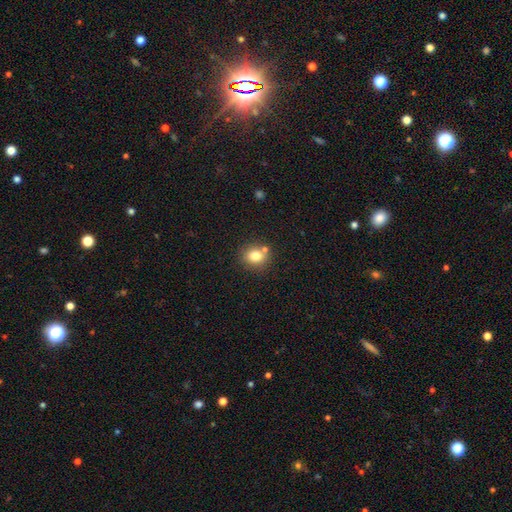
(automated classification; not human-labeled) Smooth or featured?
  - smooth: 80% *
  - star or artifact: 11%
  - featured or disk: 9%
How rounded?
  - round: 71% *
  - in between: 29%
  - cigar-shaped: 1%
Merging?
  - none: 70% *
  - merger: 15%
  - minor disturbance: 12%
  - major disturbance: 3%